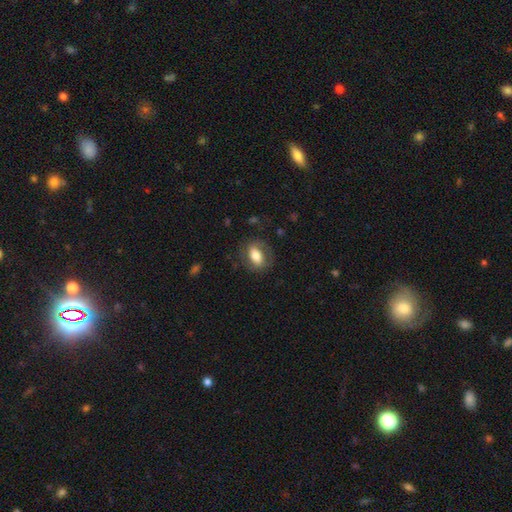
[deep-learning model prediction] A smooth galaxy with no disk features (63%) that is in between round and cigar-shaped (81%). Merging: none (74%).